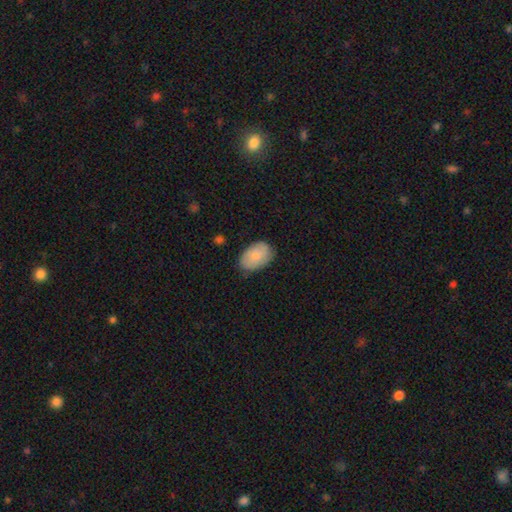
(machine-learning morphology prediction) A smooth galaxy with no disk features (77%) that is in between round and cigar-shaped (88%).

Vote fractions:
- Smooth or featured? smooth: 77% / featured or disk: 17% / star or artifact: 6%
- How rounded? in between: 88% / round: 10% / cigar-shaped: 1%
- Merging? none: 77% / minor disturbance: 18% / major disturbance: 3% / merger: 1%